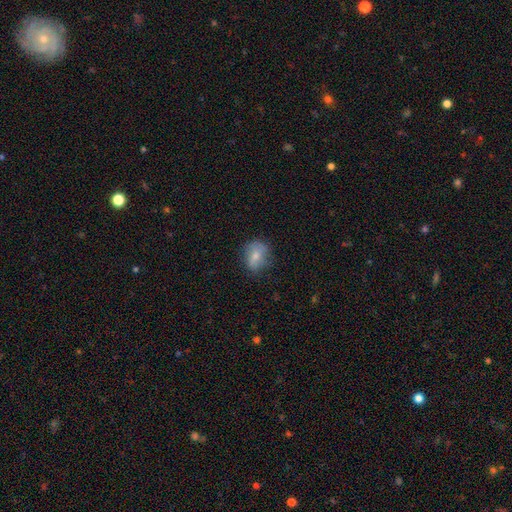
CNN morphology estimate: This appears to be a smooth galaxy with no disk features (68%) that is round (54%). Merging: none (69%).